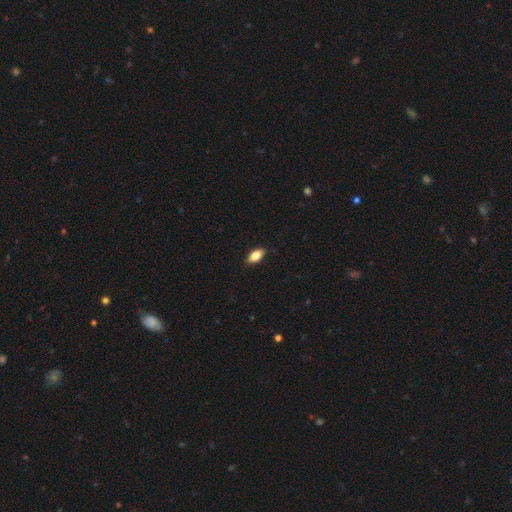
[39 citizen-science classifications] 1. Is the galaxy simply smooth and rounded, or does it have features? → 87% smooth, 8% featured or disk, 5% star or artifact.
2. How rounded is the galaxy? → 100% in between, 0% round, 0% cigar-shaped.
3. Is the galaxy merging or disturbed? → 97% none, 3% minor disturbance, 0% major disturbance, 0% merger.